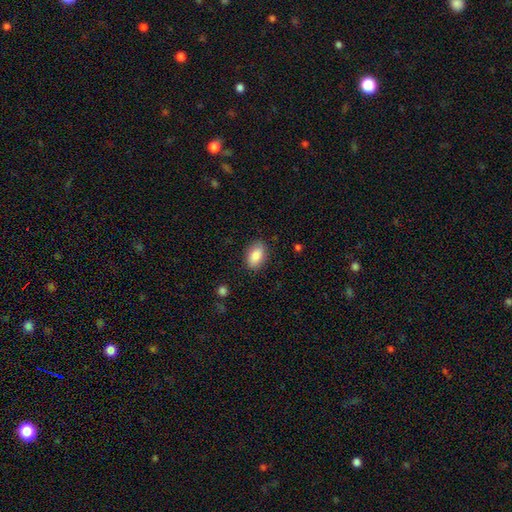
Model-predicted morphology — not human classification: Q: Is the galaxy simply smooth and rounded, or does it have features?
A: smooth — 86%.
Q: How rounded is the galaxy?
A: in between — 89%.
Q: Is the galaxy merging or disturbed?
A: none — 86%.